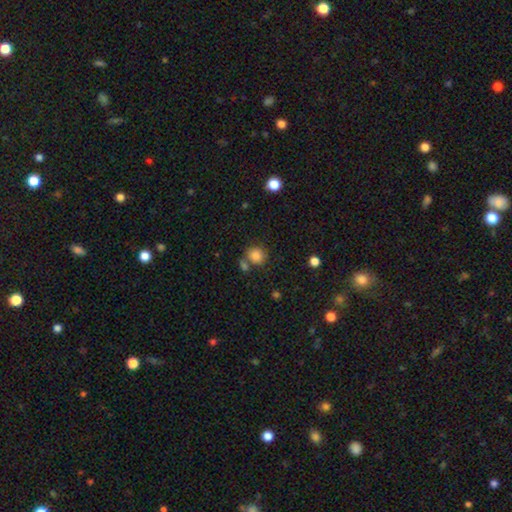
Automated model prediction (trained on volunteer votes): This is clearly a smooth galaxy (84%). How rounded: clearly round (84%). Merging: likely none (64%).